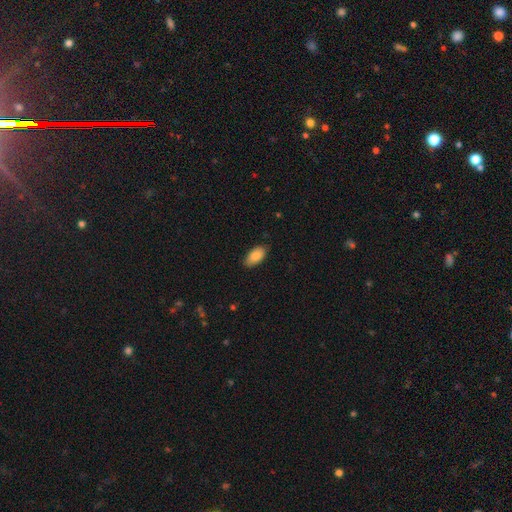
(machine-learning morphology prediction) This is clearly a smooth galaxy (88%). How rounded: clearly in between (93%). Merging: clearly none (85%).